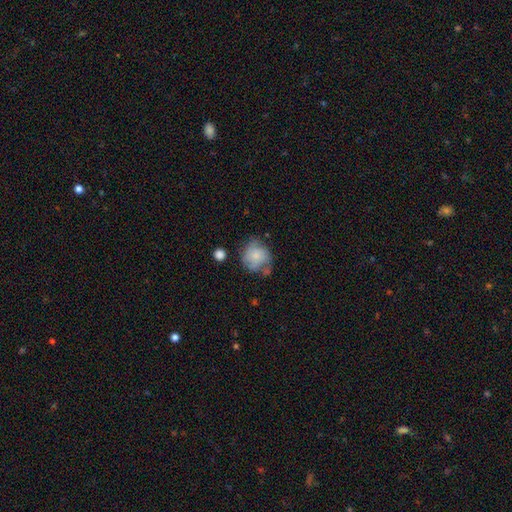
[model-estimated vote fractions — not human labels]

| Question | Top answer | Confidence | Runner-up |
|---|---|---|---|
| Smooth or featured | smooth | 56% | featured or disk (36%) |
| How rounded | round | 75% | in between (24%) |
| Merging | none | 51% | minor disturbance (29%) |